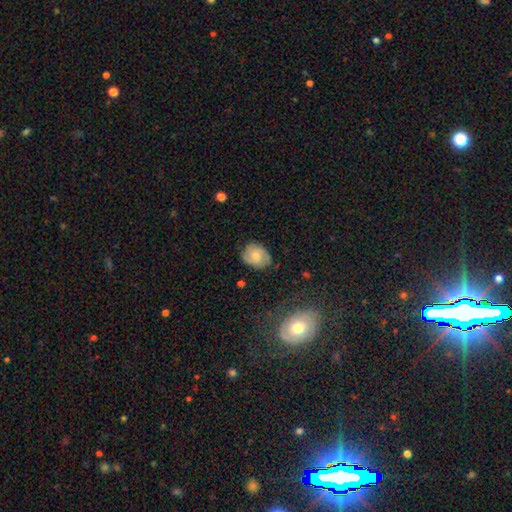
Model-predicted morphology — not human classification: A smooth galaxy with no disk features (48%).

Vote fractions:
- Smooth or featured? smooth: 48% / featured or disk: 44% / star or artifact: 8%
- Merging? none: 72% / minor disturbance: 22% / major disturbance: 5% / merger: 1%